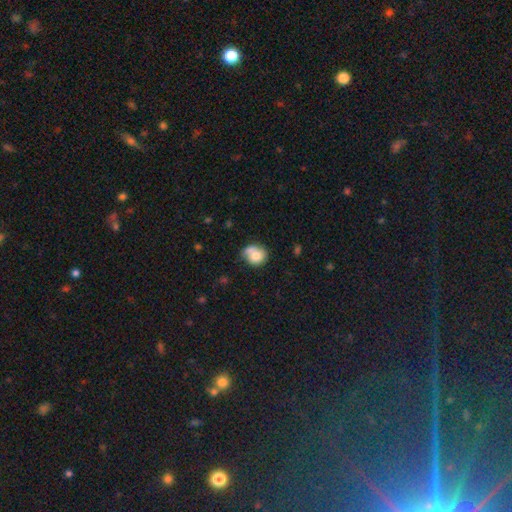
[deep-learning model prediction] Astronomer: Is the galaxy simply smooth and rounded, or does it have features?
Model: smooth — 74%.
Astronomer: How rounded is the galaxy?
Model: round — 75%.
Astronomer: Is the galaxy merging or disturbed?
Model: none — 41% (runner-up: merger, 31%).